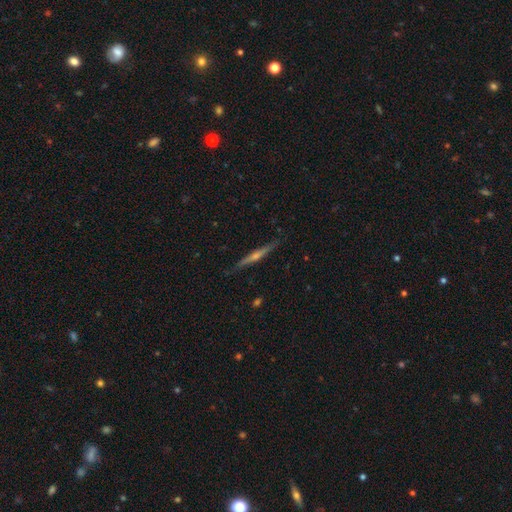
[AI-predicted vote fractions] Overall: featured or disk (75%). Edge-on disk: yes (98%). Edge-on bulge: rounded (74%). Merging: none (89%).